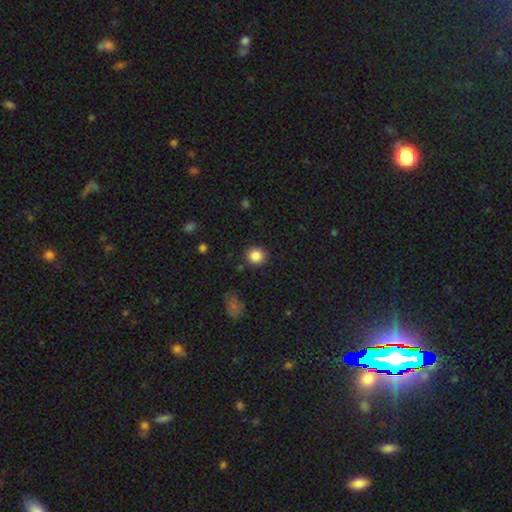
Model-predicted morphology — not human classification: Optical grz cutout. It shows a smooth galaxy with no disk features (86%) that is round (89%). Merging: none (89%).